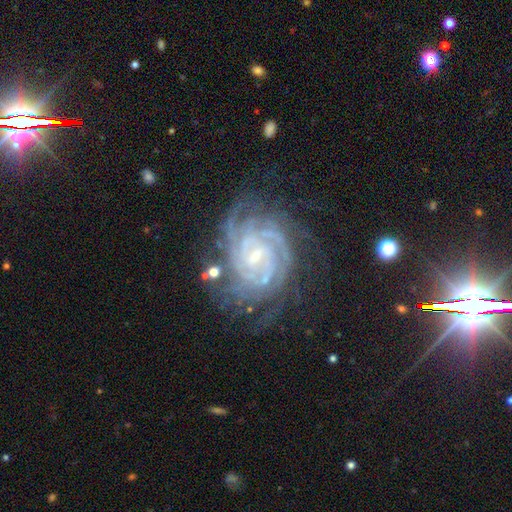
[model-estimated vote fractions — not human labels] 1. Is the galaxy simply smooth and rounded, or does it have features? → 90% featured or disk, 6% star or artifact, 4% smooth.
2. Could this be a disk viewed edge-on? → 98% no, 2% yes.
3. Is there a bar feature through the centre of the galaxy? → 48% weak, 31% no, 21% strong.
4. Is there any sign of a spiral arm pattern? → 98% yes, 2% no.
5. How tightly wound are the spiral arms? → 79% tight, 18% medium, 2% loose.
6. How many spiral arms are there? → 27% 4, 20% 3, 19% can't tell, 15% 2, 12% more than 4, 7% 1.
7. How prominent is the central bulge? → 73% small, 19% moderate, 6% none, 1% large, 1% dominant.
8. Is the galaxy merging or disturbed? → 71% none, 19% minor disturbance, 8% major disturbance, 2% merger.